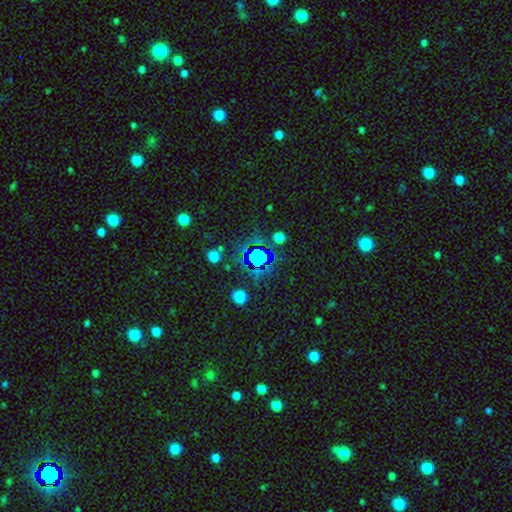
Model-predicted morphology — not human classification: Smooth or featured: star or artifact — 62% (smooth — 26%)